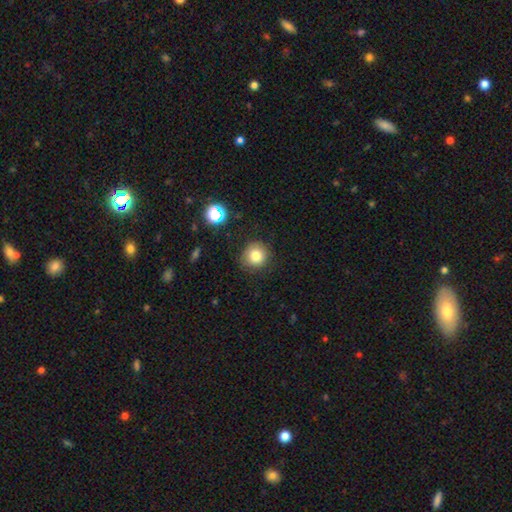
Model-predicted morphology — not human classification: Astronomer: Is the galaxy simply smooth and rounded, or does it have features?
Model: smooth — 81%.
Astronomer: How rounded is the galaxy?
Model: round — 92%.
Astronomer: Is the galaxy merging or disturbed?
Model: none — 85%.